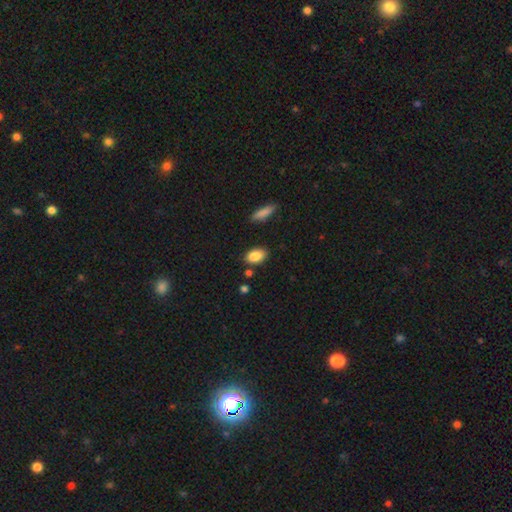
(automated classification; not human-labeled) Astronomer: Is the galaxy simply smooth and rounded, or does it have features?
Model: smooth — 87%.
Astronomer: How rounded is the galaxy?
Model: in between — 90%.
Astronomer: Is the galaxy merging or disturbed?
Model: none — 81%.